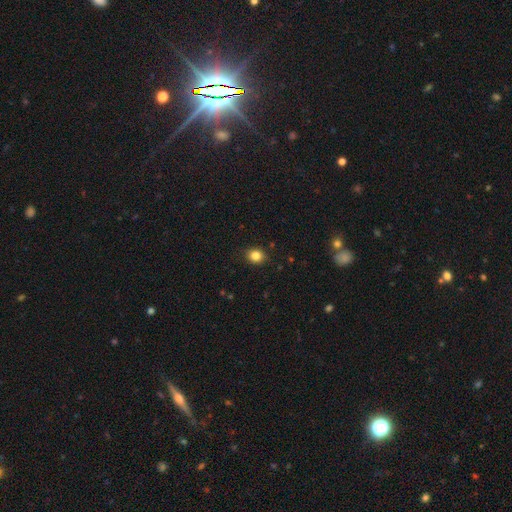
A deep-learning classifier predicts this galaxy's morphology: smooth_or_featured: smooth (p=0.83) [alt: star or artifact p=0.11]
how_rounded: round (p=0.68) [alt: in between p=0.31]
merging: none (p=0.88) [alt: minor disturbance p=0.09]